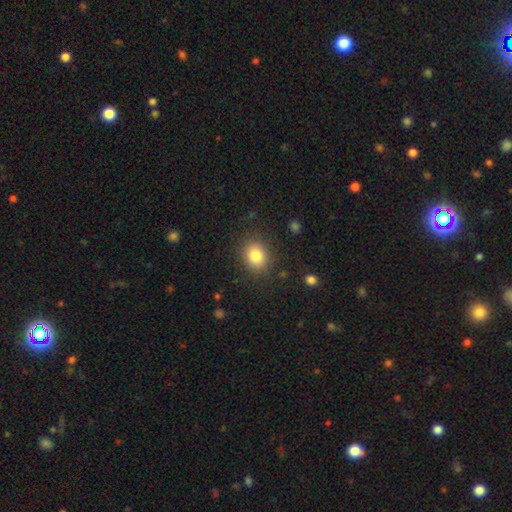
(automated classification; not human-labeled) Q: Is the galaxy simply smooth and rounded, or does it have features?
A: smooth — 83%.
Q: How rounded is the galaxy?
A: round — 57%.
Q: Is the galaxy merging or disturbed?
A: none — 85%.